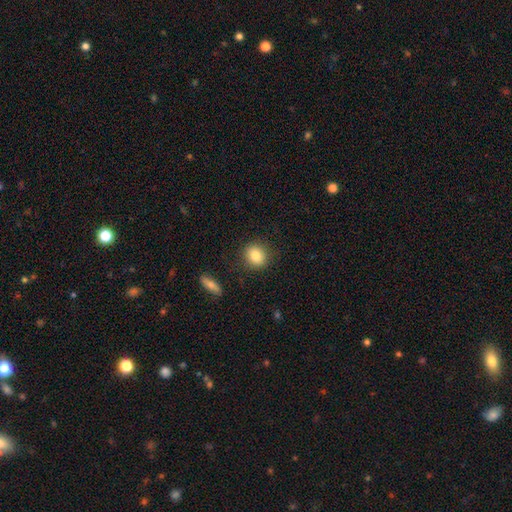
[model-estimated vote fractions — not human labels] Morphology: type=smooth (83%); roundness=round (76%); merging=none (87%).